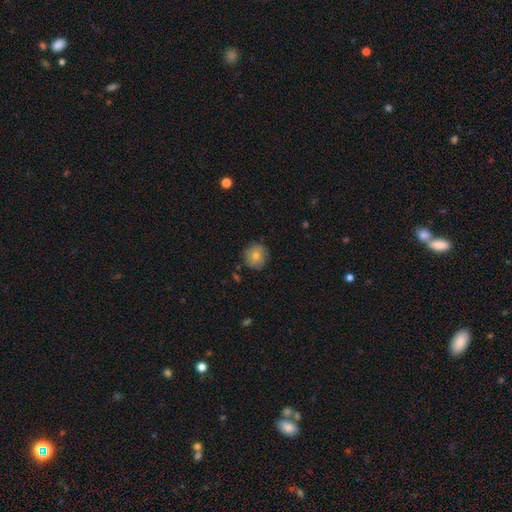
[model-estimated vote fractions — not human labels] A smooth galaxy with no disk features (75%) that is round (90%). Merging: none (85%).